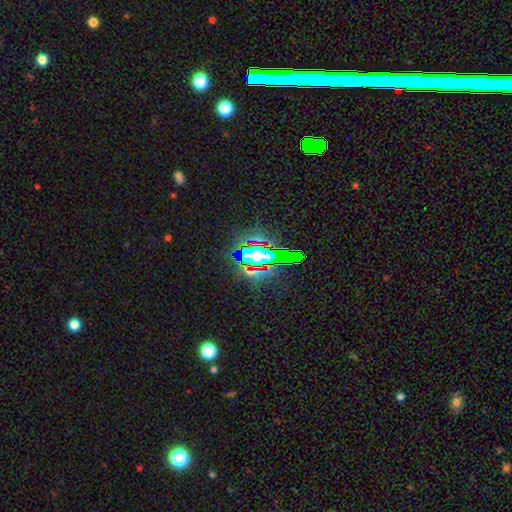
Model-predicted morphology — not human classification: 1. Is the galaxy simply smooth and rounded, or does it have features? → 68% star or artifact, 18% smooth, 13% featured or disk.